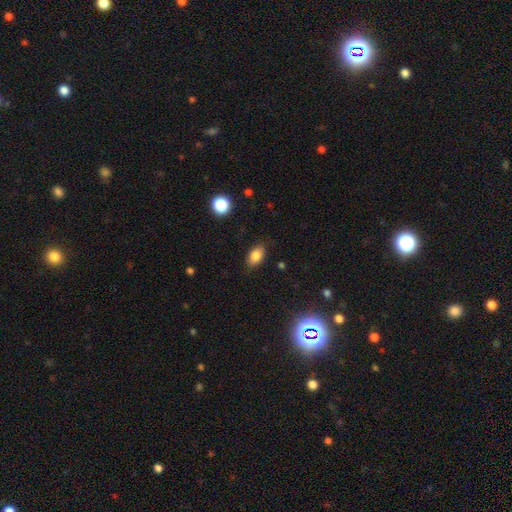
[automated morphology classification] smooth-or-featured: smooth: 83% | star or artifact: 10% | featured or disk: 7%
  how-rounded: in between: 88% | round: 10% | cigar-shaped: 2%
  merging: none: 85% | minor disturbance: 11% | major disturbance: 3% | merger: 1%